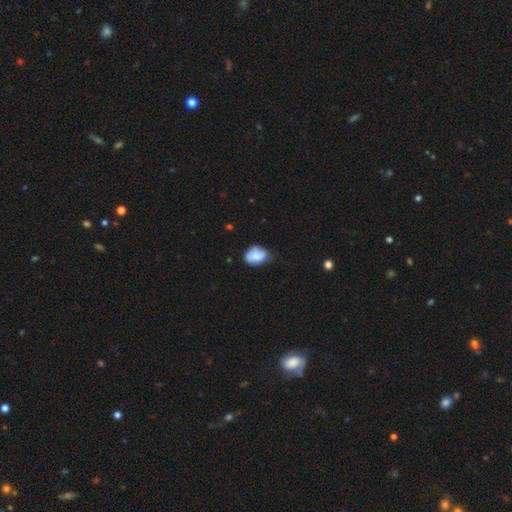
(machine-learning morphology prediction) Overall: smooth (71%). How rounded: in between (72%). Merging: none (49%; minor disturbance 40%).